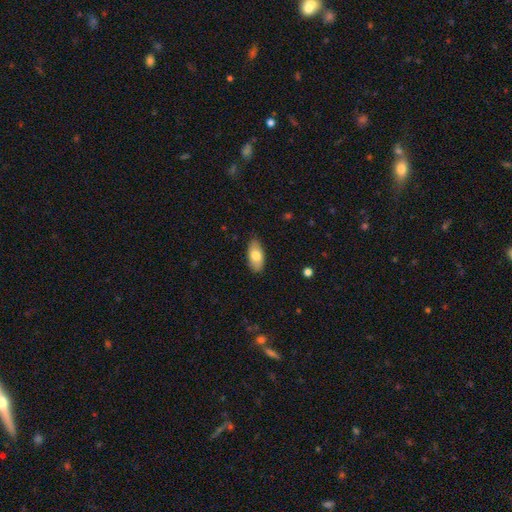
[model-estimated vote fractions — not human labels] Smooth or featured?
  - smooth: 76% *
  - featured or disk: 18%
  - star or artifact: 6%
How rounded?
  - in between: 91% *
  - cigar-shaped: 6%
  - round: 3%
Merging?
  - none: 84% *
  - minor disturbance: 13%
  - major disturbance: 2%
  - merger: 1%